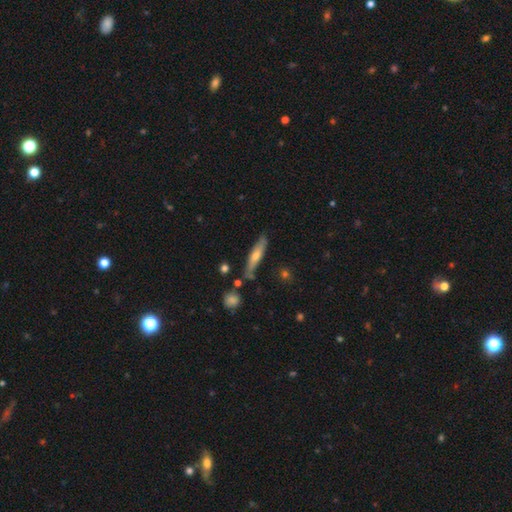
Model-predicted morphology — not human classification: smooth_or_featured: smooth (p=0.55) [alt: featured or disk p=0.39]
how_rounded: cigar-shaped (p=0.82) [alt: in between p=0.16]
merging: none (p=0.72) [alt: minor disturbance p=0.19]